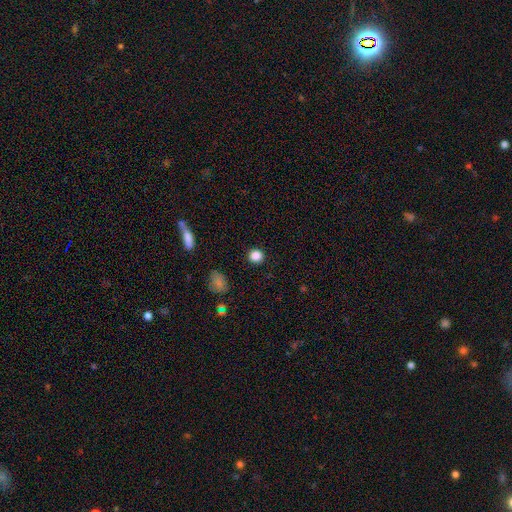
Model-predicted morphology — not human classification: A smooth galaxy with no disk features (85%) that is round (90%). Merging: none (91%).